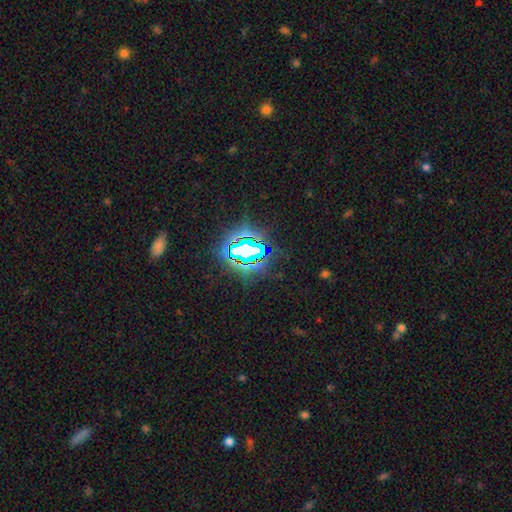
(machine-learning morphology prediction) Smooth or featured? star or artifact (71%)